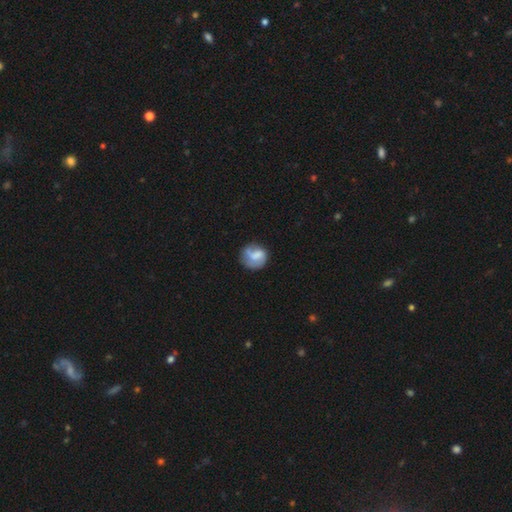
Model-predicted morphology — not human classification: smooth-or-featured: smooth: 53% | featured or disk: 40% | star or artifact: 7%
  how-rounded: round: 78% | in between: 21% | cigar-shaped: 1%
  merging: none: 55% | minor disturbance: 25% | major disturbance: 17% | merger: 3%